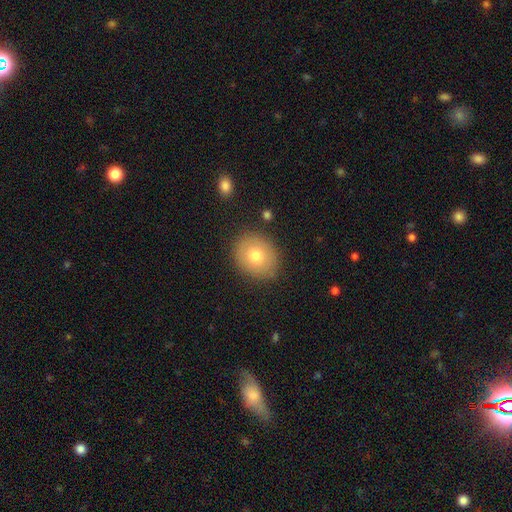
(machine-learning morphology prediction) A smooth galaxy with no disk features (75%) that is round (63%).

Vote fractions:
- Smooth or featured? smooth: 75% / featured or disk: 16% / star or artifact: 9%
- How rounded? round: 63% / in between: 37% / cigar-shaped: 1%
- Merging? none: 86% / minor disturbance: 10% / major disturbance: 3% / merger: 2%